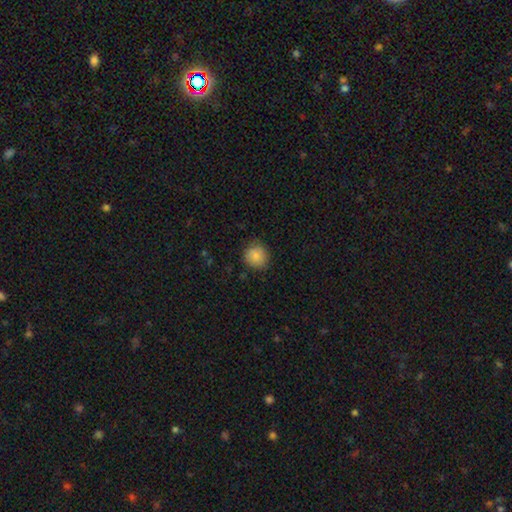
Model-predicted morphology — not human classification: type=smooth (85%); roundness=round (89%); merging=none (82%).